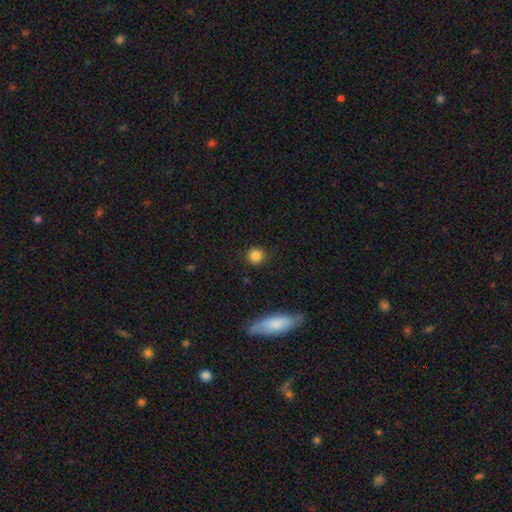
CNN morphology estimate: type=smooth (85%); roundness=round (92%); merging=none (88%).